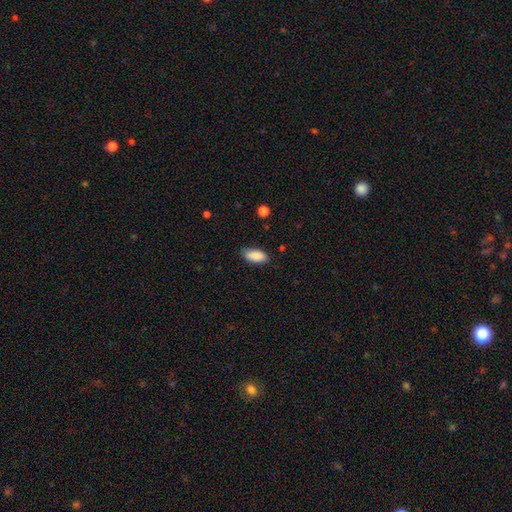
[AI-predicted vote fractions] Overall: smooth (89%). How rounded: in between (89%). Merging: none (83%).